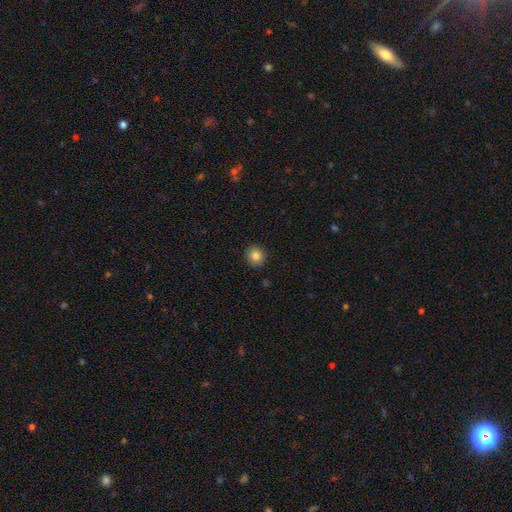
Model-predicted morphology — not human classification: Smooth or featured: smooth — 84% (star or artifact — 10%)
How rounded: round — 87% (in between — 12%)
Merging: none — 91% (minor disturbance — 6%)